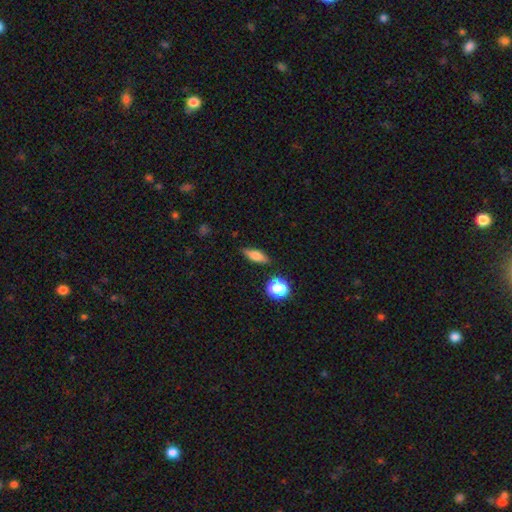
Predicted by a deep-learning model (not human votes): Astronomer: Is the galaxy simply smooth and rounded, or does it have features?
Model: smooth — 65%.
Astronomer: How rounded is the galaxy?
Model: in between — 56% (runner-up: cigar-shaped, 34%).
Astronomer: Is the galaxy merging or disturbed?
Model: none — 84%.